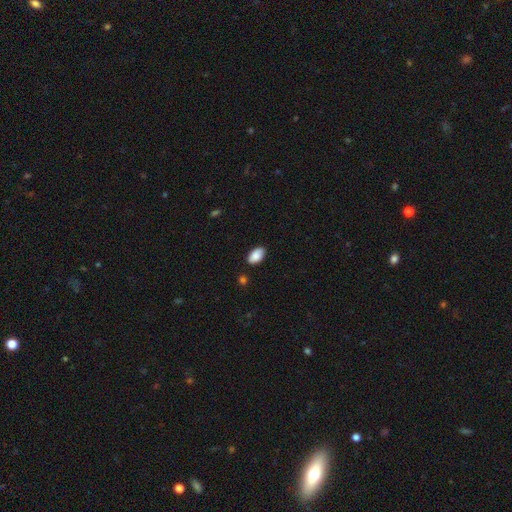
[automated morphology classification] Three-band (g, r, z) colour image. It shows a smooth galaxy with no disk features (89%) that is in between round and cigar-shaped (94%). Merging: none (85%).